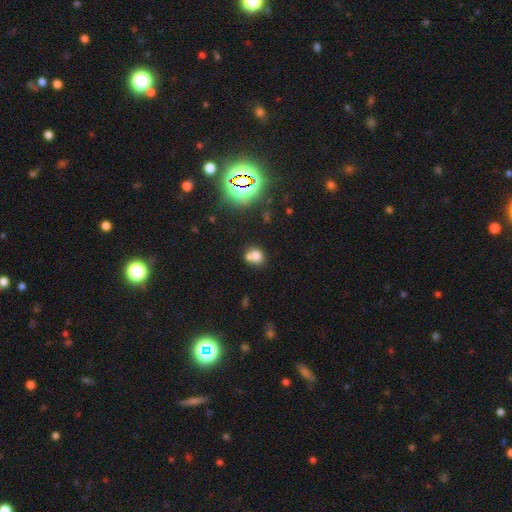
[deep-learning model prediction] A smooth galaxy with no disk features (70%) that is round (67%). Merging: merger (45%).